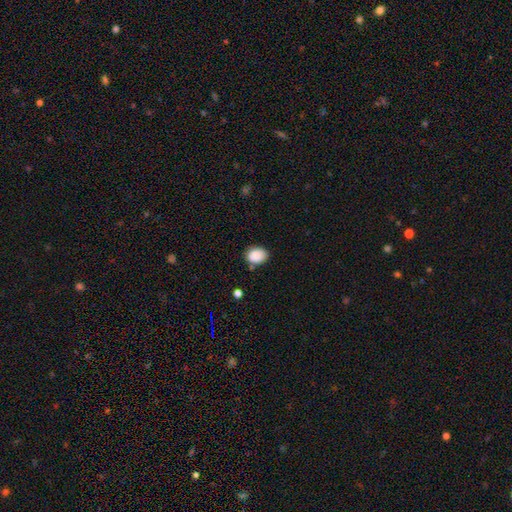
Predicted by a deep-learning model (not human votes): smooth-or-featured: smooth: 88% | star or artifact: 8% | featured or disk: 4%
  how-rounded: in between: 61% | round: 38% | cigar-shaped: 1%
  merging: none: 75% | minor disturbance: 17% | merger: 5% | major disturbance: 4%